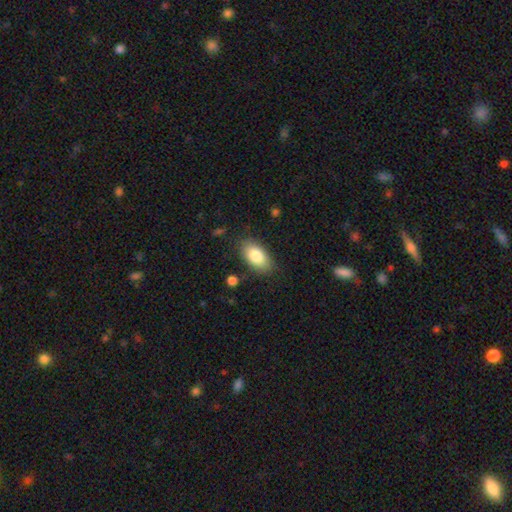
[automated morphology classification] Smooth or featured? Predicted: smooth (p=0.82). How rounded? Predicted: in between (p=0.93). Merging? Predicted: none (p=0.82).